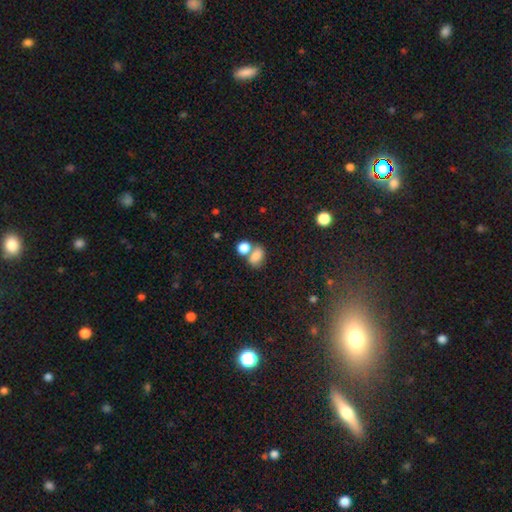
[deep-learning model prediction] Morphology: type=smooth (79%); roundness=in between (73%); merging=merger (45%).